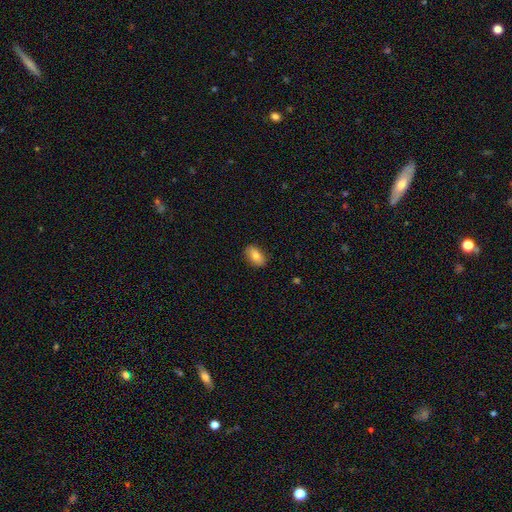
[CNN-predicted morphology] smooth-or-featured: smooth: 81% | featured or disk: 11% | star or artifact: 8%
  how-rounded: in between: 90% | round: 7% | cigar-shaped: 3%
  merging: none: 85% | minor disturbance: 12% | major disturbance: 2% | merger: 1%